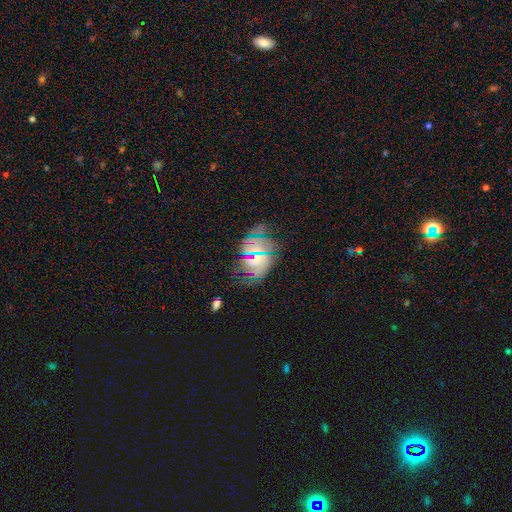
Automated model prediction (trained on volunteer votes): Smooth or featured? featured or disk (52%)
Edge-on disk? no (96%)
Merging? none (64%)